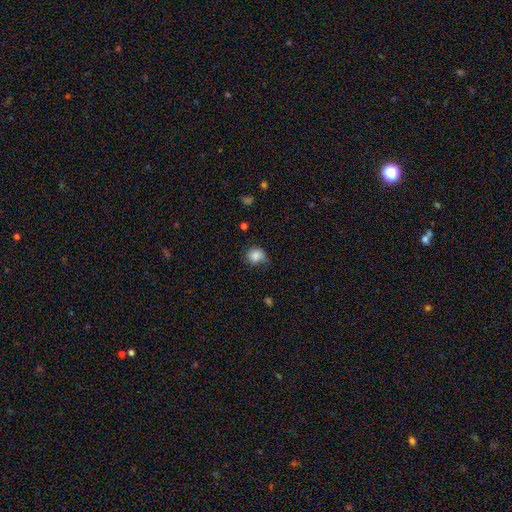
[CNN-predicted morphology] smooth 82%, featured or disk 9%, star or artifact 9%. Down the decision tree: how rounded — round (80%); merging — none (52%).